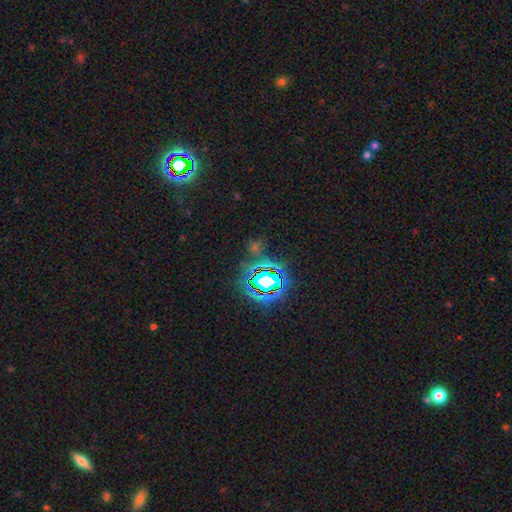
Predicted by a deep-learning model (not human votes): Smooth or featured? star or artifact (78%)